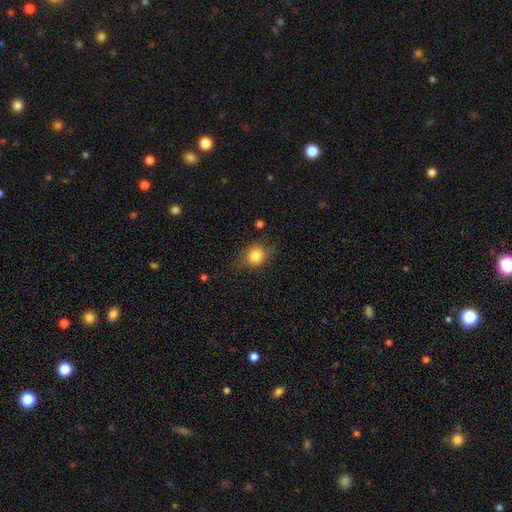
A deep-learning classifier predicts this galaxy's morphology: Smooth or featured? Predicted: smooth (p=0.81). How rounded? Predicted: round (p=0.67). Merging? Predicted: none (p=0.74).